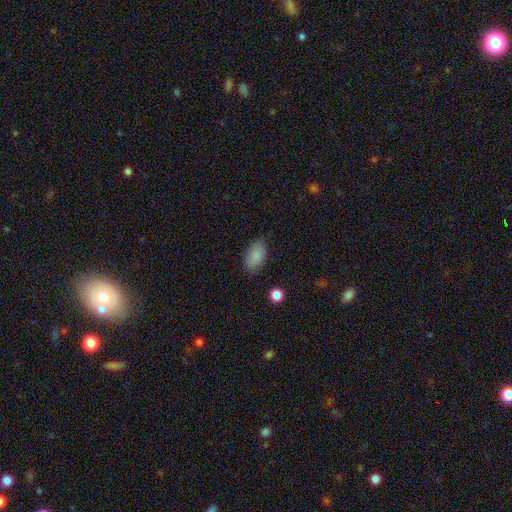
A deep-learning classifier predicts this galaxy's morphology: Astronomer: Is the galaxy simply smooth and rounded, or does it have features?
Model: smooth — 87%.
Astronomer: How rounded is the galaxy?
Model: in between — 93%.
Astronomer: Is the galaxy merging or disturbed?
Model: none — 81%.